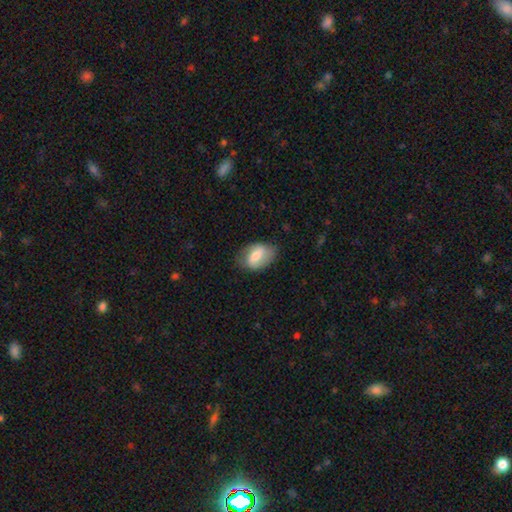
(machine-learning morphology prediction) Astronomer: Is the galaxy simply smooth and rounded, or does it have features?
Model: smooth — 49% (runner-up: featured or disk, 44%).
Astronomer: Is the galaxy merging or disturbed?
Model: none — 71%.